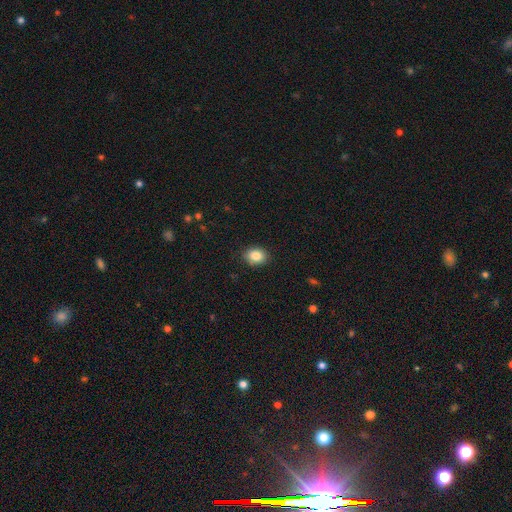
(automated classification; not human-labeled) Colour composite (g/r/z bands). It shows a smooth galaxy with no disk features (85%) that is in between round and cigar-shaped (54%). Merging: none (88%).